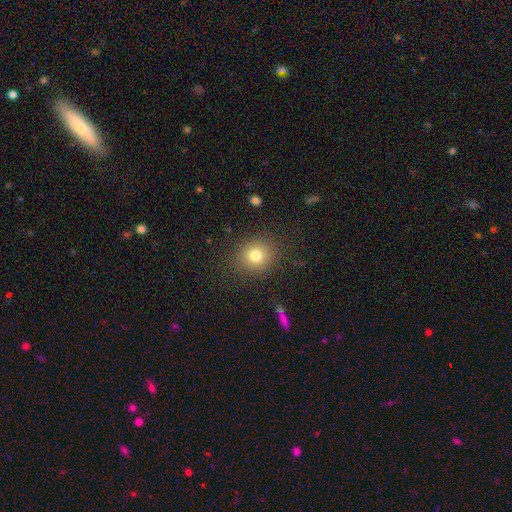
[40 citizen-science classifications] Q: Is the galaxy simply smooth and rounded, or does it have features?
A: smooth — 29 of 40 (72%).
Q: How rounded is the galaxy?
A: round — 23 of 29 (79%).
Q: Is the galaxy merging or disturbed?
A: none — 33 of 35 (94%).